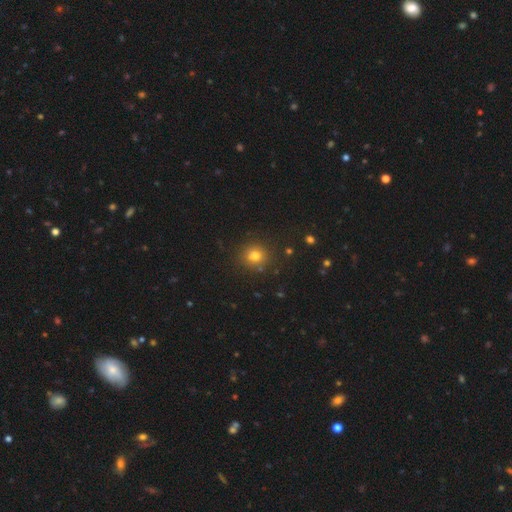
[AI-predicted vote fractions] smooth-or-featured: smooth: 77% | star or artifact: 16% | featured or disk: 7%
  how-rounded: round: 87% | in between: 12% | cigar-shaped: 1%
  merging: none: 86% | minor disturbance: 8% | merger: 3% | major disturbance: 3%